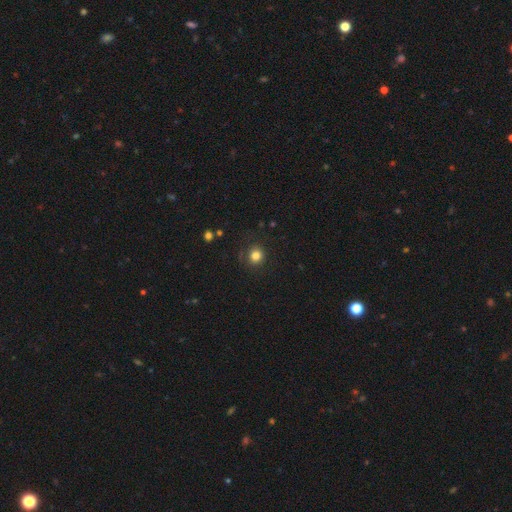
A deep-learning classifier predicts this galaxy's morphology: Smooth or featured?
  - smooth: 82% *
  - star or artifact: 13%
  - featured or disk: 6%
How rounded?
  - round: 90% *
  - in between: 9%
  - cigar-shaped: 1%
Merging?
  - none: 85% *
  - minor disturbance: 10%
  - major disturbance: 4%
  - merger: 1%